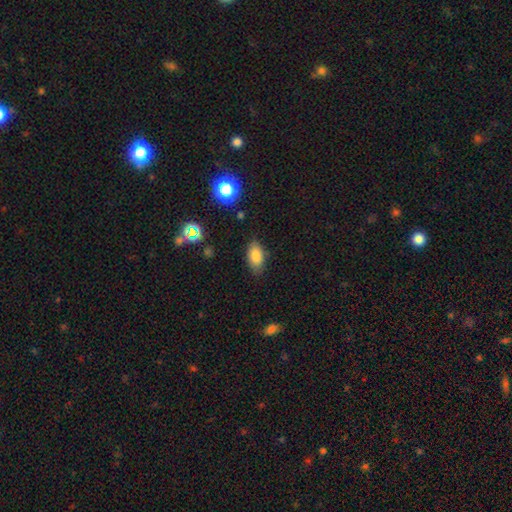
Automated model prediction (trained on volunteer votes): This is clearly a smooth galaxy (83%). How rounded: clearly in between (91%). Merging: clearly none (81%).